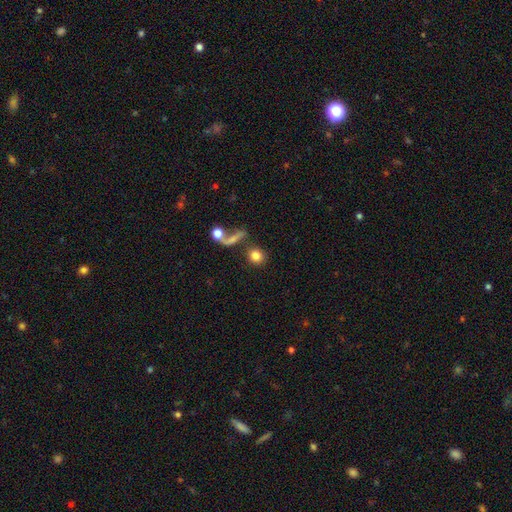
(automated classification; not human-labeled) A smooth galaxy with no disk features (80%) that is round (85%).

Vote fractions:
- Smooth or featured? smooth: 80% / featured or disk: 10% / star or artifact: 10%
- How rounded? round: 85% / in between: 12% / cigar-shaped: 2%
- Merging? none: 67% / merger: 16% / minor disturbance: 9% / major disturbance: 8%